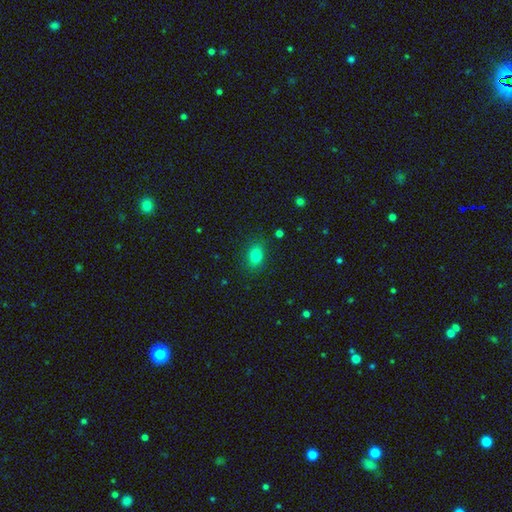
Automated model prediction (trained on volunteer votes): Smooth or featured?
  - smooth: 82% *
  - star or artifact: 12%
  - featured or disk: 6%
How rounded?
  - in between: 74% *
  - round: 25%
  - cigar-shaped: 2%
Merging?
  - none: 85% *
  - minor disturbance: 10%
  - major disturbance: 3%
  - merger: 1%